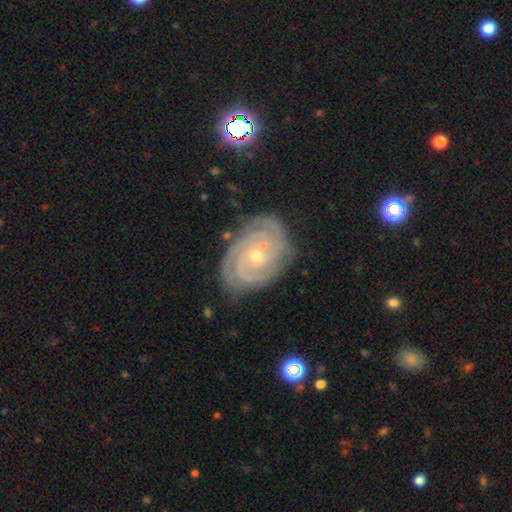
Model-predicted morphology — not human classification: Smooth or featured? featured or disk (90%)
Edge-on disk? no (97%)
Bar? no (69%)
Spiral arms? yes (98%)
Spiral winding? tight (80%)
Spiral arm count? 3 (35%)
Bulge size? small (69%)
Merging? none (77%)